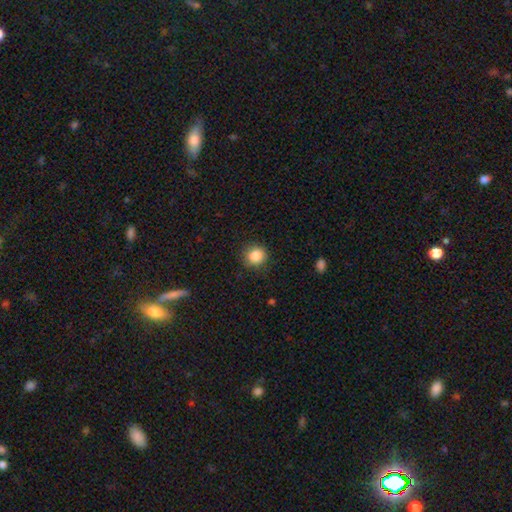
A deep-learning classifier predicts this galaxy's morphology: smooth_or_featured: smooth (p=0.86) [alt: star or artifact p=0.10]
how_rounded: round (p=0.90) [alt: in between p=0.09]
merging: none (p=0.87) [alt: minor disturbance p=0.09]